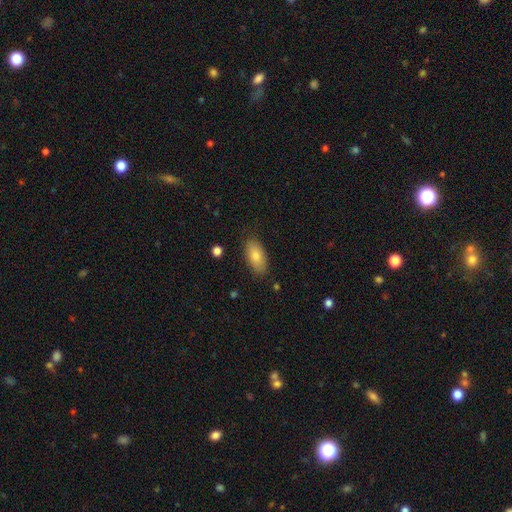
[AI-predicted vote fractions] smooth 82%, featured or disk 11%, star or artifact 7%. Down the decision tree: how rounded — in between (91%); merging — none (84%).